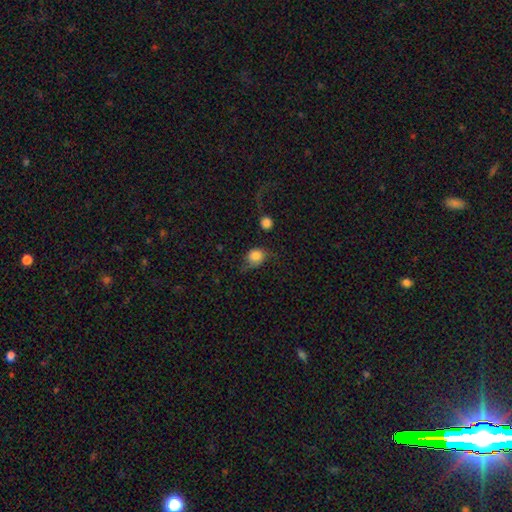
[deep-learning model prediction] Overall: smooth (78%). How rounded: round (71%). Merging: none (47%; minor disturbance 28%).